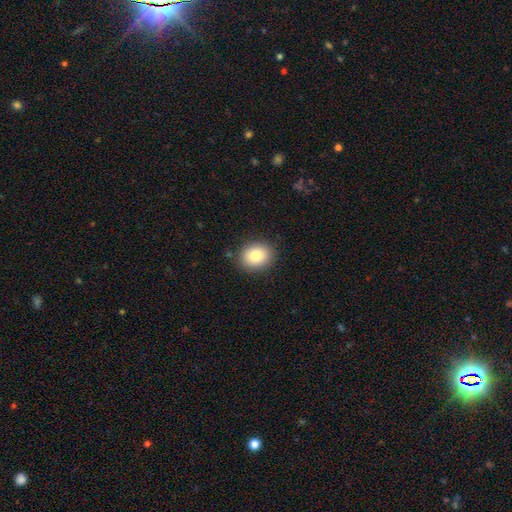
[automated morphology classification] Smooth or featured? Predicted: smooth (p=0.82). How rounded? Predicted: round (p=0.59). Merging? Predicted: none (p=0.88).